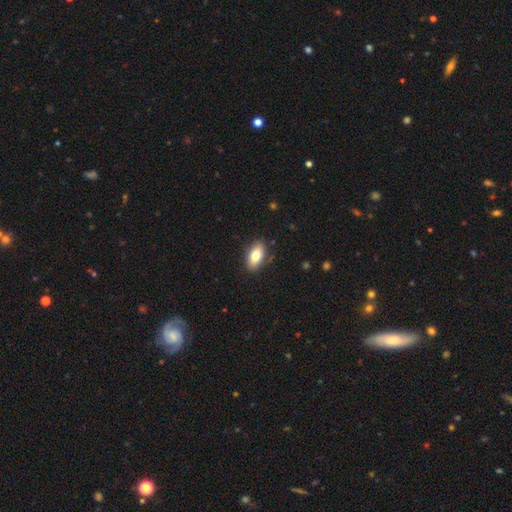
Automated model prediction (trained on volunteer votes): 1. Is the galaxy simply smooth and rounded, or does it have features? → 79% smooth, 14% featured or disk, 7% star or artifact.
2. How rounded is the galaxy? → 90% in between, 6% cigar-shaped, 4% round.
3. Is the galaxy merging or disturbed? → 85% none, 11% minor disturbance, 3% major disturbance, 1% merger.